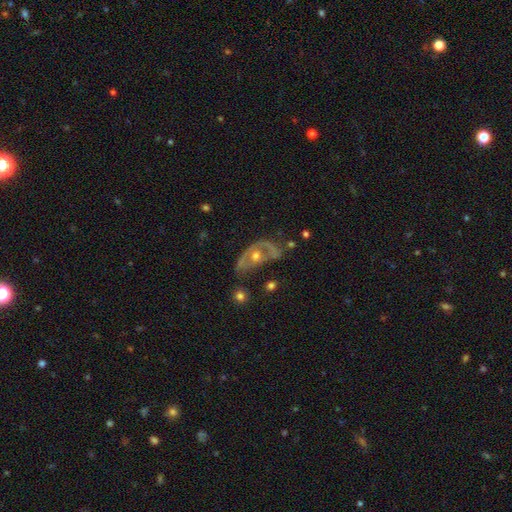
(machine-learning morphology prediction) Q: Smooth or featured?
A: featured or disk (71%); runner-up: smooth (21%)
Q: Edge-on disk?
A: no (91%); runner-up: yes (9%)
Q: Bar?
A: no (81%); runner-up: weak (14%)
Q: Spiral arms?
A: no (53%); runner-up: yes (47%)
Q: Bulge size?
A: moderate (68%); runner-up: small (23%)
Q: Merging?
A: none (39%); runner-up: major disturbance (30%)